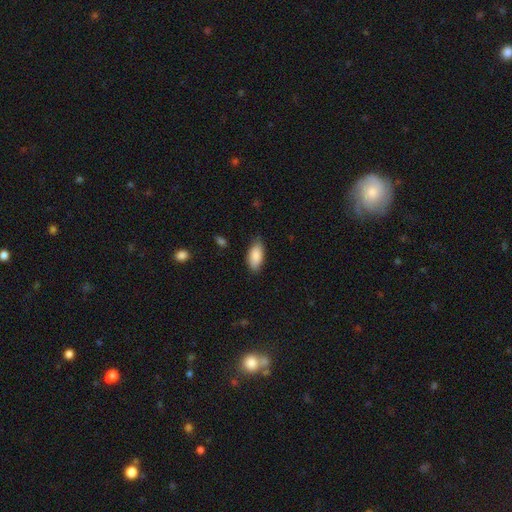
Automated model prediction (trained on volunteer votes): Smooth or featured? smooth (87%)
How rounded? in between (90%)
Merging? none (77%)